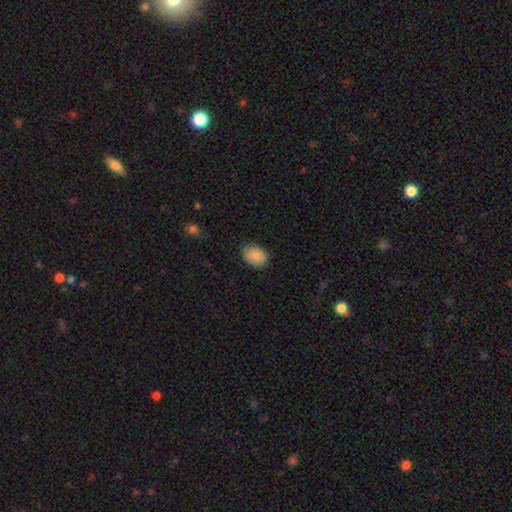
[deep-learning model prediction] This is clearly a smooth galaxy (87%). How rounded: likely in between (67%). Merging: likely none (80%).